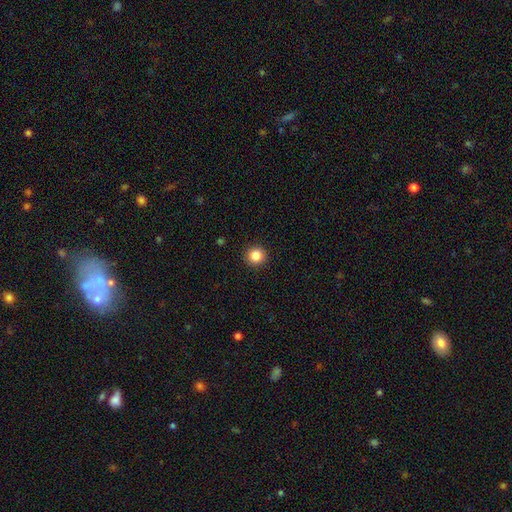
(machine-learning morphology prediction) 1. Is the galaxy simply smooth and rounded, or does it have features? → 85% smooth, 11% star or artifact, 4% featured or disk.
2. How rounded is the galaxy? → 95% round, 5% in between, 1% cigar-shaped.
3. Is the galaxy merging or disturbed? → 93% none, 5% minor disturbance, 2% major disturbance, 1% merger.